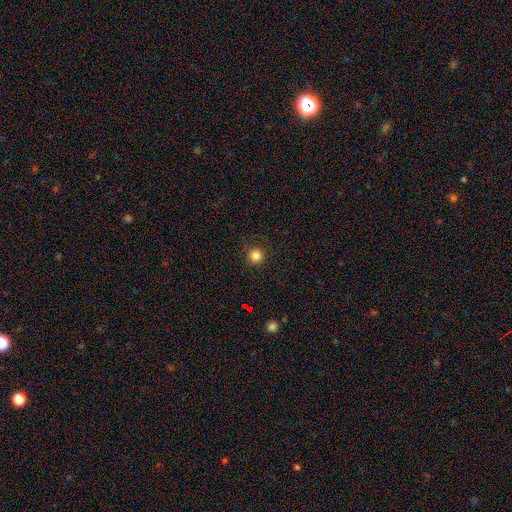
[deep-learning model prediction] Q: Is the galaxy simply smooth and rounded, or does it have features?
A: smooth — 83%.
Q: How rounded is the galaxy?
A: round — 95%.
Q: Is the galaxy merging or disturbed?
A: none — 87%.